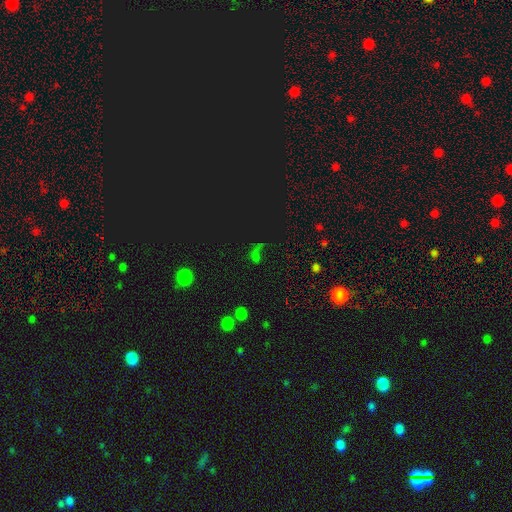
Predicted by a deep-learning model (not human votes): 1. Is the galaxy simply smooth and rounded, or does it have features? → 49% star or artifact, 36% smooth, 15% featured or disk.